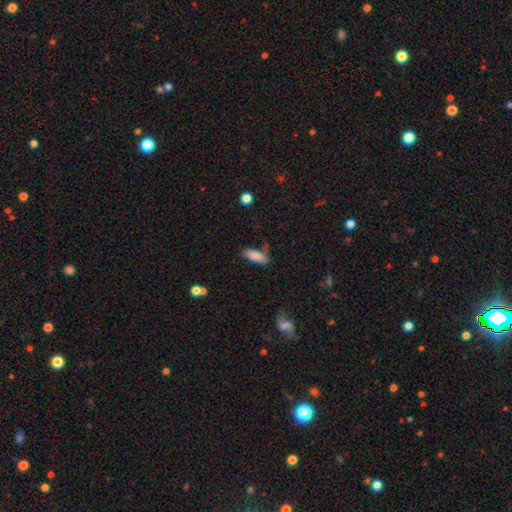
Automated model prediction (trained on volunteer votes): This is clearly a smooth galaxy (84%). How rounded: likely in between (78%). Merging: possibly none (59%).